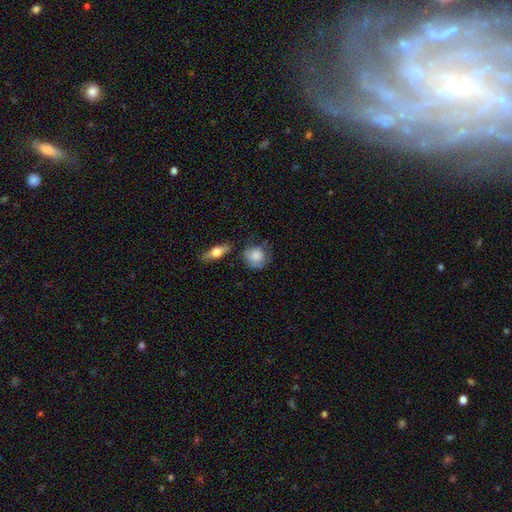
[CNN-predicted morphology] This is likely a smooth galaxy (75%). How rounded: likely round (76%). Merging: possibly none (54%).